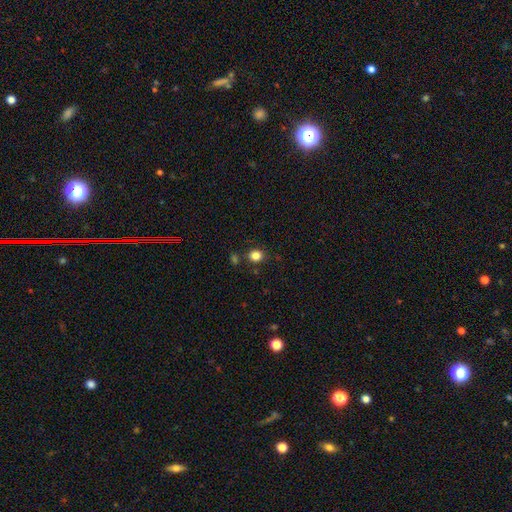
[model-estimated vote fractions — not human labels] The model was most divided on "how rounded": round: 68%, in between: 31%, cigar-shaped: 1%. More confident: smooth or featured — smooth (83%); merging — none (82%).